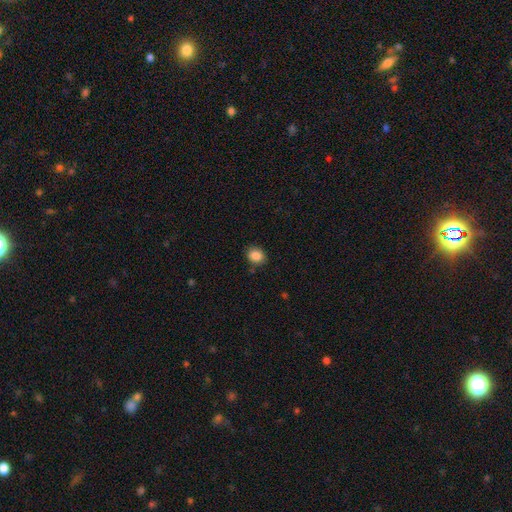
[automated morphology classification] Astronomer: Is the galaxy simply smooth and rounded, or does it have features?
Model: smooth — 87%.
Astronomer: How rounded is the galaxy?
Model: round — 51% (runner-up: in between, 48%).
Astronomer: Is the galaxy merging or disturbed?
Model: none — 84%.